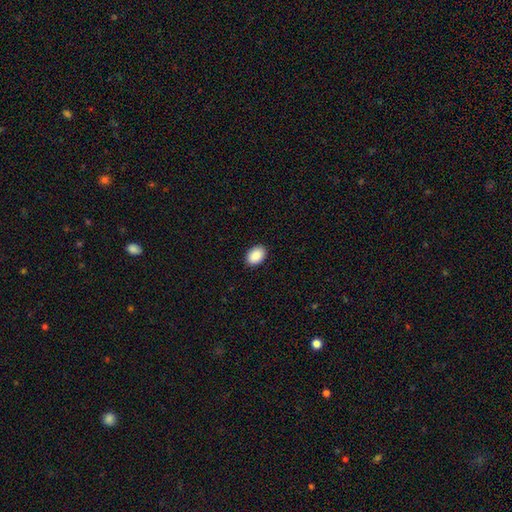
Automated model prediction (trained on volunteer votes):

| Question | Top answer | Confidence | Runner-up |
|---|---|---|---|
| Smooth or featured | smooth | 91% | star or artifact (7%) |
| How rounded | in between | 86% | round (13%) |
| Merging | none | 91% | minor disturbance (7%) |